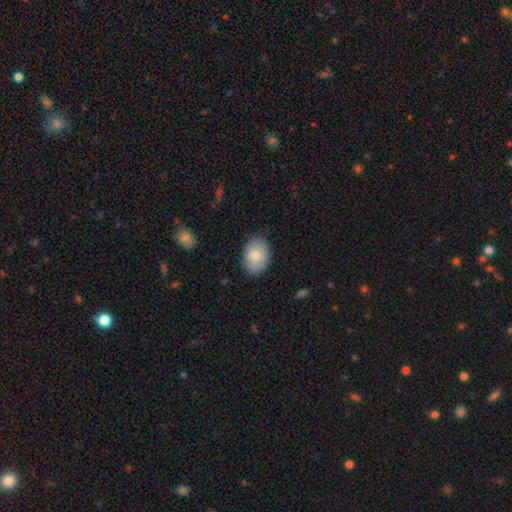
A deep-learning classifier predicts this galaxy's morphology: Smooth or featured? Predicted: smooth (p=0.80). How rounded? Predicted: in between (p=0.77). Merging? Predicted: none (p=0.84).